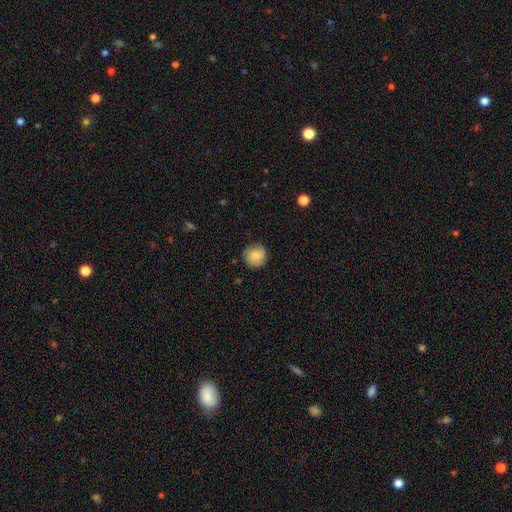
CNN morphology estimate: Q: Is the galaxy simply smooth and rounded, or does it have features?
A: smooth — 84%.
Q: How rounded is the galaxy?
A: round — 91%.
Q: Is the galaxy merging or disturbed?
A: none — 83%.